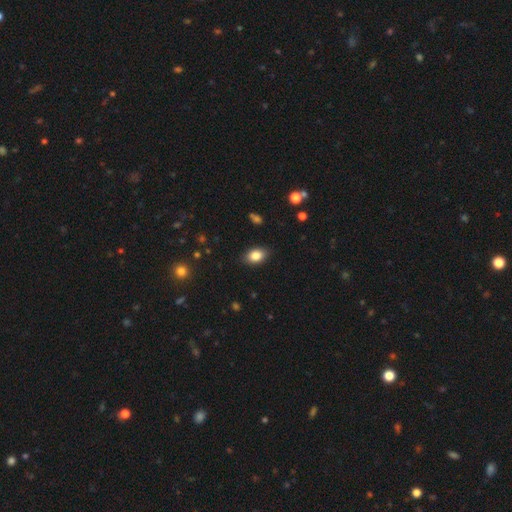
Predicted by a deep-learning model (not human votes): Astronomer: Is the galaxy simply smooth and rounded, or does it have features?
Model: smooth — 84%.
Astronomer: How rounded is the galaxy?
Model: in between — 86%.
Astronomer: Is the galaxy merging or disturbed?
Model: none — 86%.